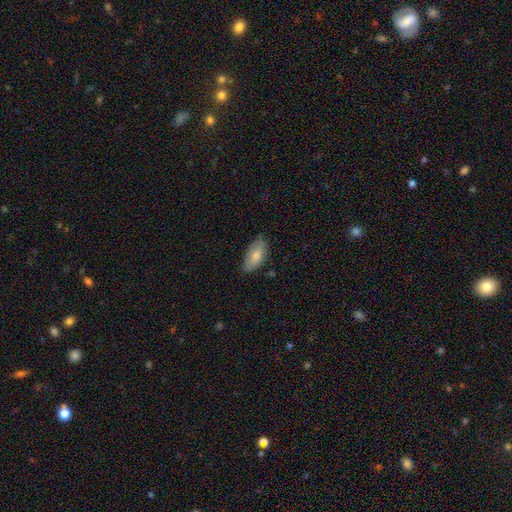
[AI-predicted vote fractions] smooth-or-featured: smooth: 80% | featured or disk: 14% | star or artifact: 6%
  how-rounded: in between: 91% | cigar-shaped: 7% | round: 2%
  merging: none: 72% | minor disturbance: 23% | major disturbance: 4% | merger: 2%